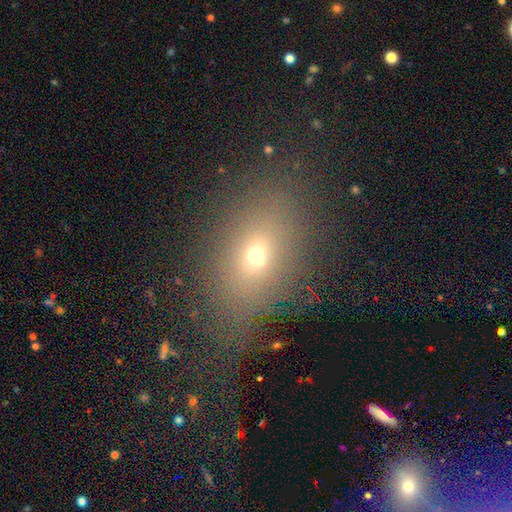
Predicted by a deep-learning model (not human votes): smooth_or_featured: smooth (p=0.60) [alt: star or artifact p=0.22]
how_rounded: in between (p=0.76) [alt: round p=0.20]
merging: none (p=0.71) [alt: minor disturbance p=0.15]